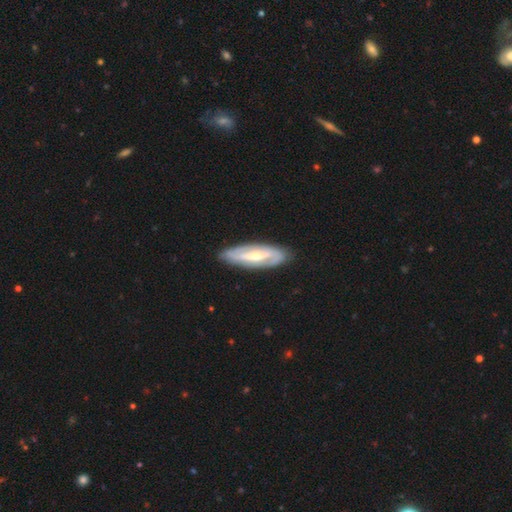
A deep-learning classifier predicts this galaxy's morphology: The model was most divided on "bar": strong: 43%, weak: 35%, no: 22%. More confident: merging — none (86%); edge-on disk — no (82%); spiral arms — yes (78%); smooth or featured — featured or disk (75%); bulge size — moderate (53%).